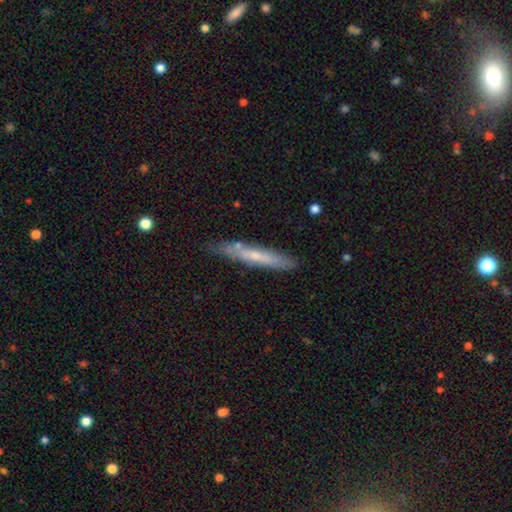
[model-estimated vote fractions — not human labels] A smooth galaxy with no disk features (53%) that is cigar-shaped (93%).

Vote fractions:
- Smooth or featured? smooth: 53% / featured or disk: 41% / star or artifact: 6%
- How rounded? cigar-shaped: 93% / in between: 6% / round: 1%
- Merging? none: 75% / minor disturbance: 18% / merger: 4% / major disturbance: 3%